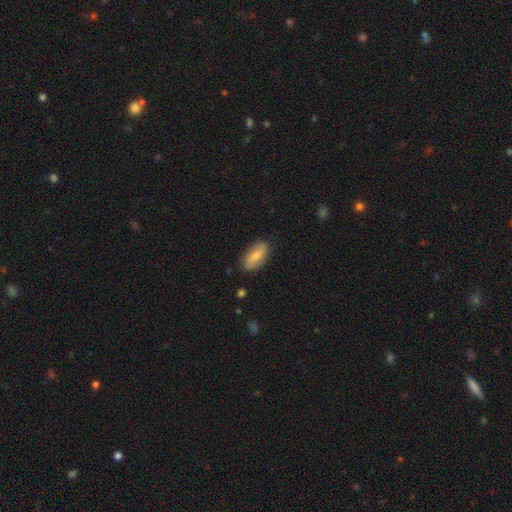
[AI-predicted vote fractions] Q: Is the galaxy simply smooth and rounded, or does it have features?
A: smooth — 62%.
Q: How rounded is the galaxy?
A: in between — 87%.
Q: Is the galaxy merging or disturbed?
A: none — 83%.